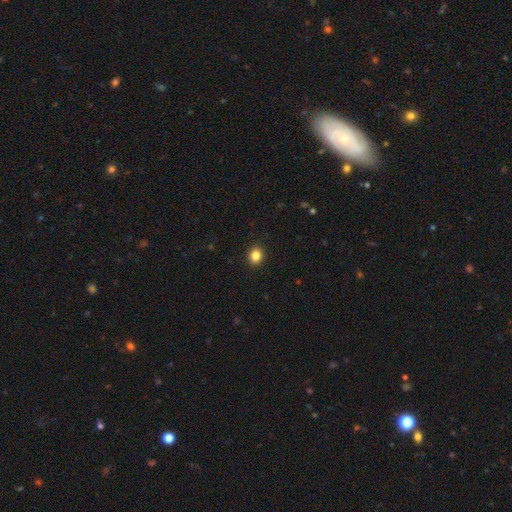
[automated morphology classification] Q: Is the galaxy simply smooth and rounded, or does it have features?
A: smooth — 85%.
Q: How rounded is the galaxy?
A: round — 71%.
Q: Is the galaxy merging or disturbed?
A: none — 92%.